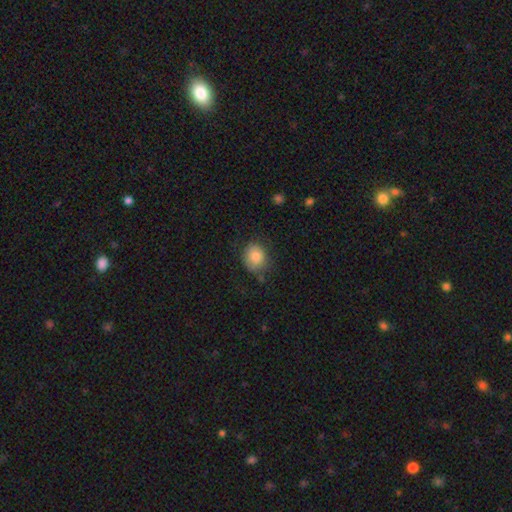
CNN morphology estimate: Smooth or featured? smooth (83%)
How rounded? round (65%)
Merging? none (68%)